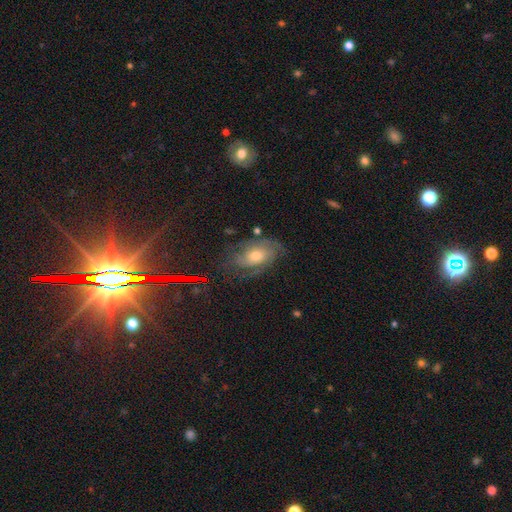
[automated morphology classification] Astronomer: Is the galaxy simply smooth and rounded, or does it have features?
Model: featured or disk — 70%.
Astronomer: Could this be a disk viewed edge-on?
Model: no — 95%.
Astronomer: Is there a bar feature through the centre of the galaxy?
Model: no — 74%.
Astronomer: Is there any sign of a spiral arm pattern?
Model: yes — 90%.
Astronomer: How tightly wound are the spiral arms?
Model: tight — 48% (runner-up: medium, 38%).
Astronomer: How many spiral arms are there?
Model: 2 — 34% (runner-up: can't tell, 33%).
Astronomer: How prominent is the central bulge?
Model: moderate — 63%.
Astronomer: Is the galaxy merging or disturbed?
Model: none — 69%.